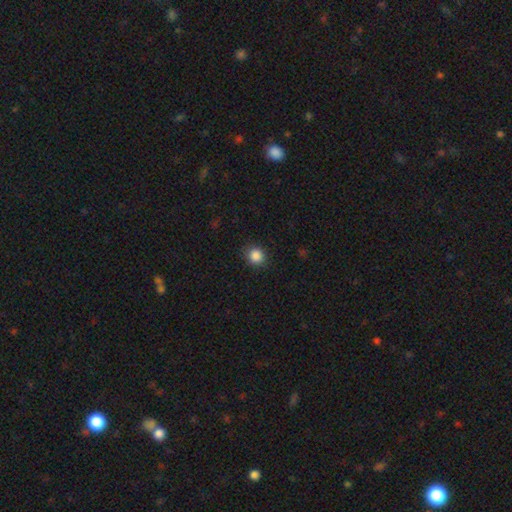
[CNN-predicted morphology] smooth_or_featured: smooth (p=0.86) [alt: star or artifact p=0.11]
how_rounded: round (p=0.84) [alt: in between p=0.15]
merging: none (p=0.86) [alt: minor disturbance p=0.11]